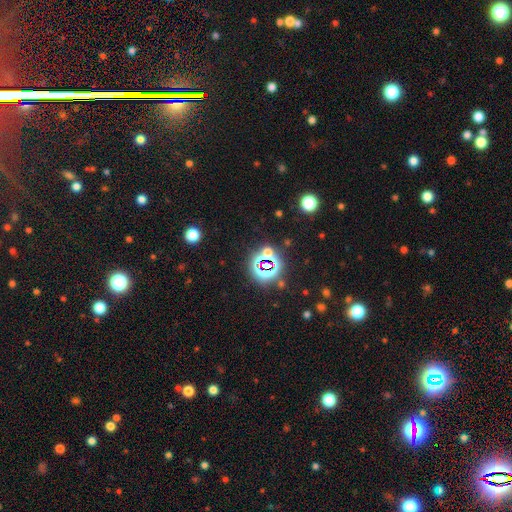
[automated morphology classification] The model was most divided on "smooth or featured": star or artifact: 75%, smooth: 16%, featured or disk: 9%.